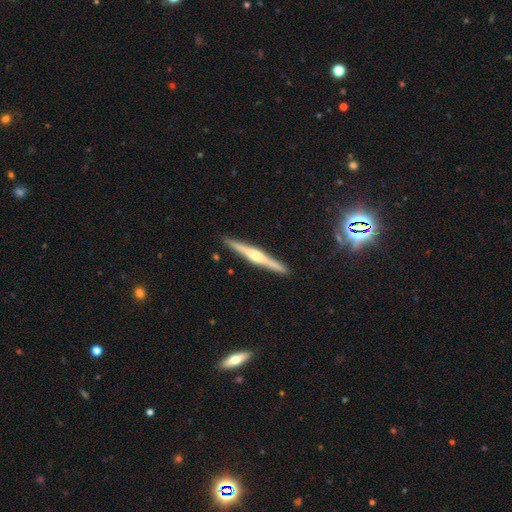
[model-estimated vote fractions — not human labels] Overall: featured or disk (78%). Edge-on disk: yes (98%). Edge-on bulge: rounded (81%). Merging: none (91%).